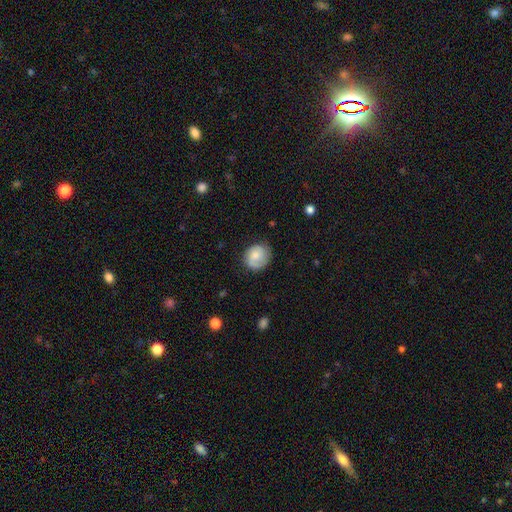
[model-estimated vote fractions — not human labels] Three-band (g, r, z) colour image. It shows a smooth galaxy with no disk features (71%) that is round (72%). Merging: none (70%).